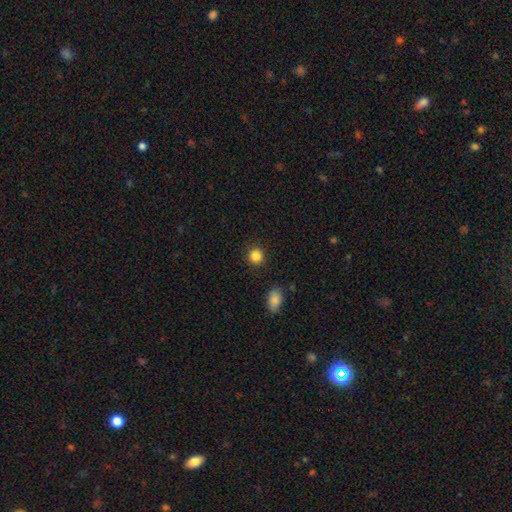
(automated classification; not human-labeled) This is clearly a smooth galaxy (86%). How rounded: clearly round (89%). Merging: clearly none (89%).